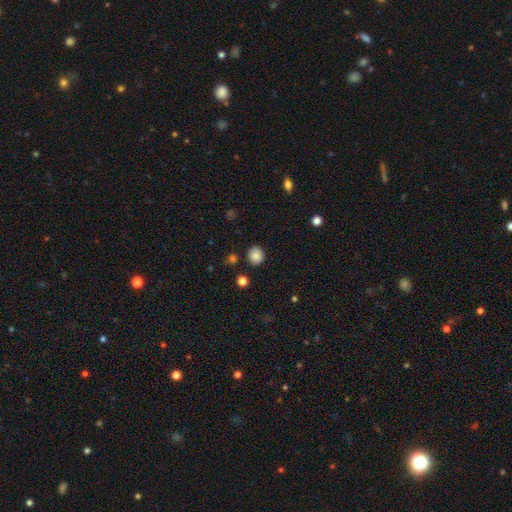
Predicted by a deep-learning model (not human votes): Q: Smooth or featured?
A: smooth (85%); runner-up: star or artifact (10%)
Q: How rounded?
A: round (83%); runner-up: in between (16%)
Q: Merging?
A: none (87%); runner-up: minor disturbance (8%)